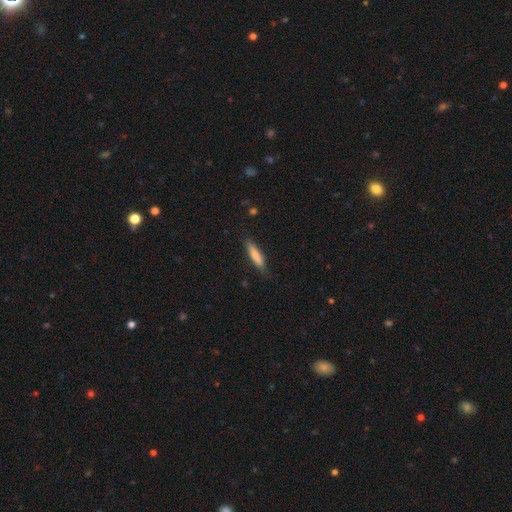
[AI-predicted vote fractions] Smooth or featured? Predicted: smooth (p=0.78). How rounded? Predicted: cigar-shaped (p=0.80). Merging? Predicted: none (p=0.80).